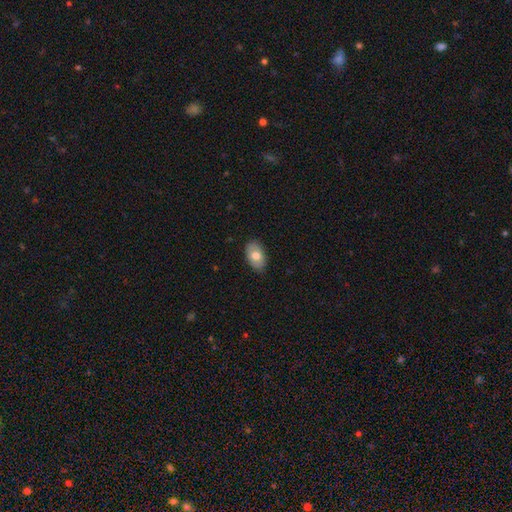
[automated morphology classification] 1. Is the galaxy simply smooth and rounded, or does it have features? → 69% smooth, 25% featured or disk, 6% star or artifact.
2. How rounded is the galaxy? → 90% in between, 8% round, 1% cigar-shaped.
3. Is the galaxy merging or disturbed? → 84% none, 13% minor disturbance, 2% major disturbance, 1% merger.